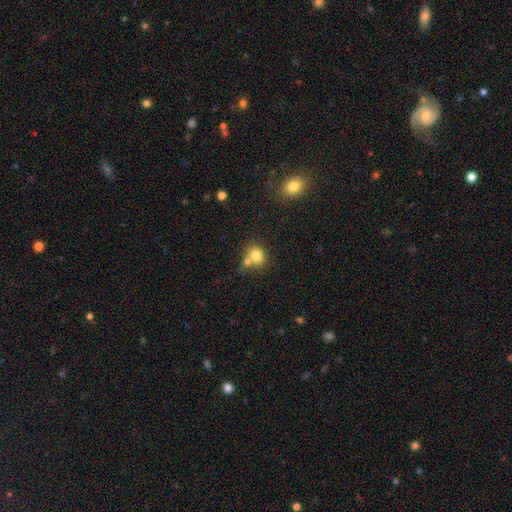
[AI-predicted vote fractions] smooth-or-featured: smooth: 80% | featured or disk: 10% | star or artifact: 10%
  how-rounded: round: 54% | in between: 45% | cigar-shaped: 1%
  merging: none: 46% | merger: 39% | minor disturbance: 11% | major disturbance: 4%